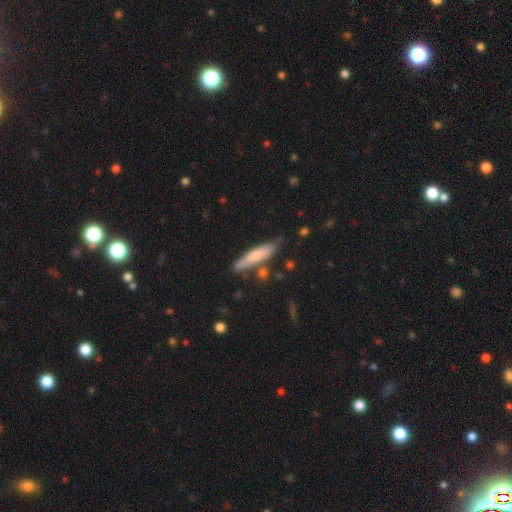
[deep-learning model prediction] This appears to be a smooth galaxy with no disk features (67%) that is cigar-shaped (85%). Merging: none (77%).